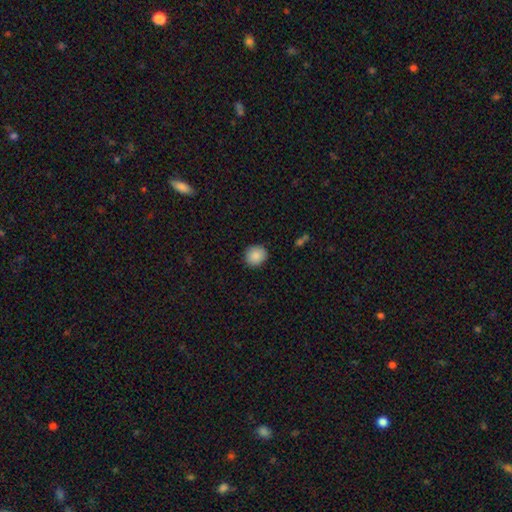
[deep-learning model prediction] smooth 89%, star or artifact 8%, featured or disk 4%. Down the decision tree: how rounded — round (87%); merging — none (90%).